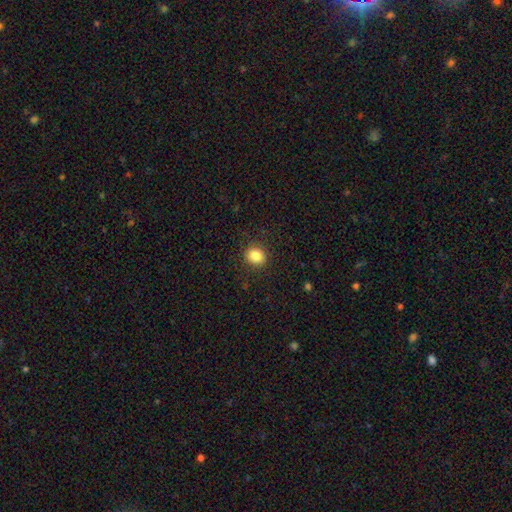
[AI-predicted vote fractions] Smooth or featured? Predicted: smooth (p=0.85). How rounded? Predicted: round (p=0.66). Merging? Predicted: none (p=0.89).